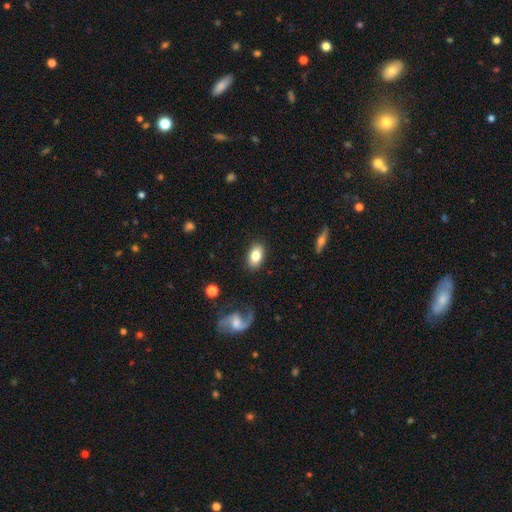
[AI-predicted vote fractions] This appears to be a smooth galaxy with no disk features (79%) that is in between round and cigar-shaped (89%). Merging: none (87%).